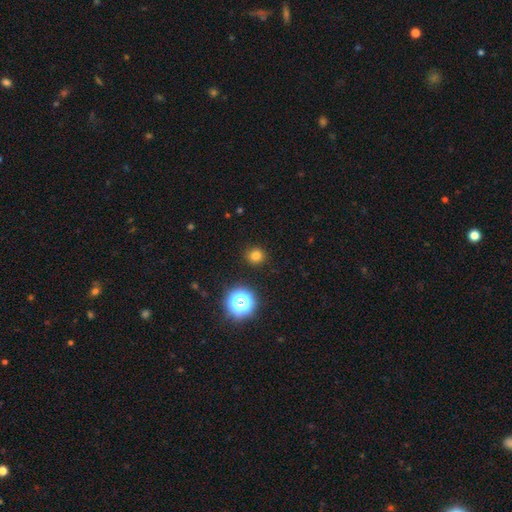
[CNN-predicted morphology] Overall: smooth (78%). How rounded: round (91%). Merging: none (91%).